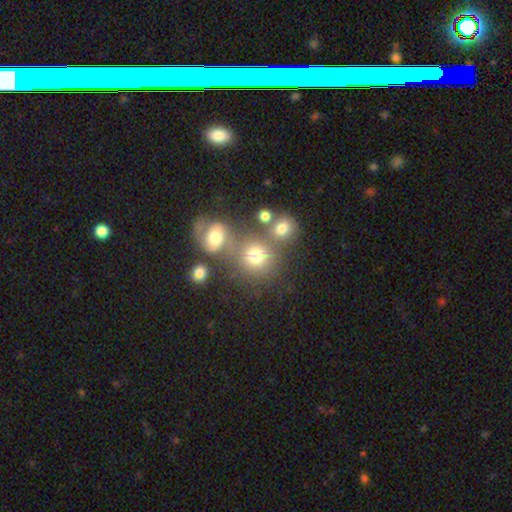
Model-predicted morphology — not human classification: type=smooth (72%); roundness=round (80%); merging=none (49%).